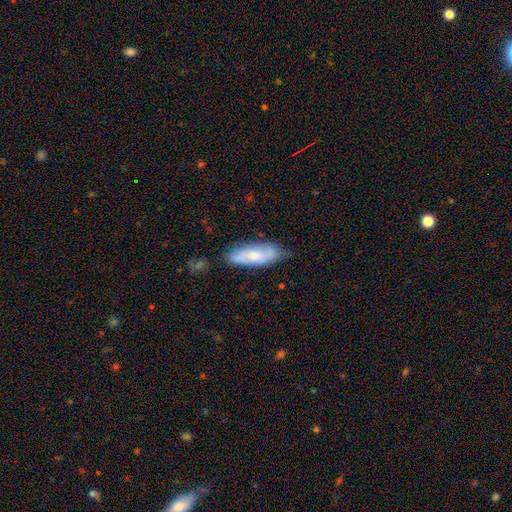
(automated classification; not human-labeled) smooth_or_featured: smooth (p=0.53) [alt: featured or disk p=0.41]
how_rounded: in between (p=0.64) [alt: cigar-shaped p=0.33]
merging: none (p=0.72) [alt: minor disturbance p=0.22]